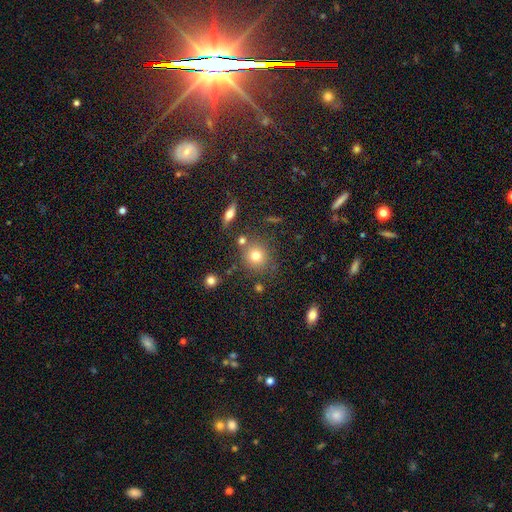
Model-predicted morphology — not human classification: The model was most divided on "smooth or featured": smooth: 75%, star or artifact: 14%, featured or disk: 11%. More confident: how rounded — round (88%); merging — none (77%).